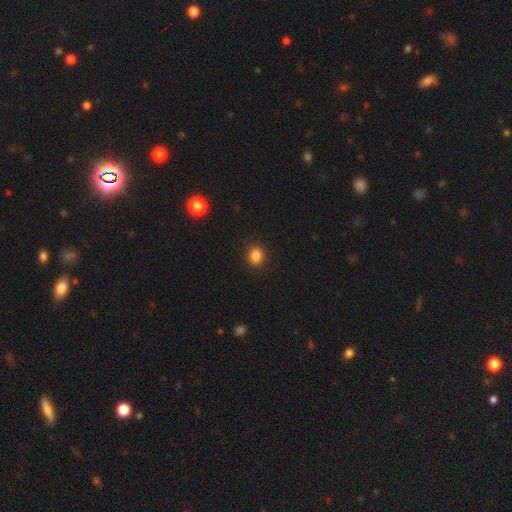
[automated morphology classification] Overall: smooth (85%). How rounded: round (72%). Merging: none (91%).